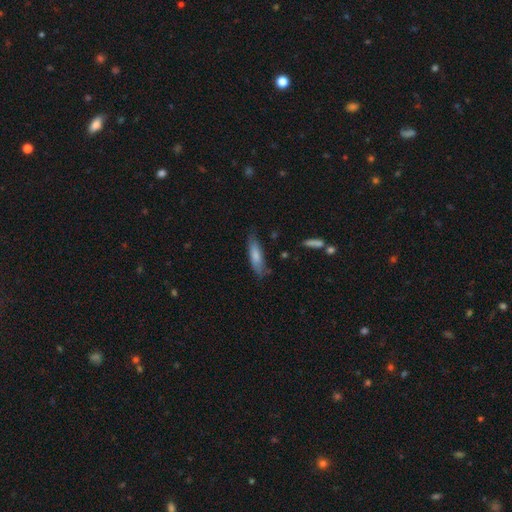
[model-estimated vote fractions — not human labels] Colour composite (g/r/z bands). It shows a smooth galaxy with no disk features (75%) that is cigar-shaped (60%). Merging: none (70%).